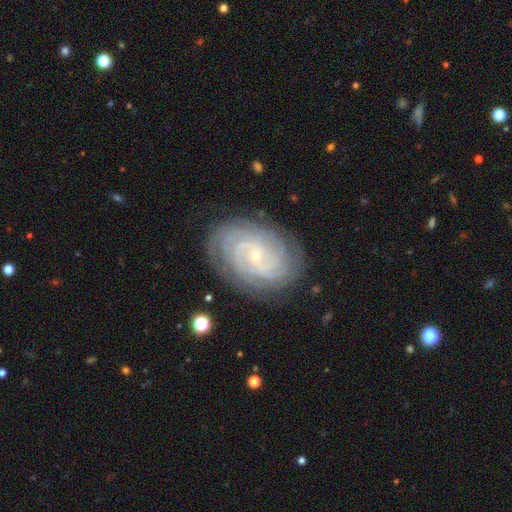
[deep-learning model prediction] Smooth or featured? Predicted: featured or disk (p=0.87). Edge-on disk? Predicted: no (p=0.97). Bar? Predicted: no (p=0.64). Spiral arms? Predicted: yes (p=0.97). Spiral winding? Predicted: tight (p=0.79). Spiral arm count? Predicted: can't tell (p=0.27). Bulge size? Predicted: small (p=0.86). Merging? Predicted: none (p=0.83).